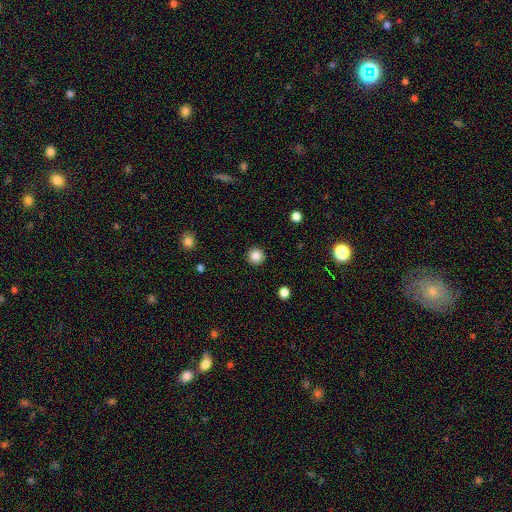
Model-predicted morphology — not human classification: Smooth or featured?
  - smooth: 85% *
  - star or artifact: 11%
  - featured or disk: 4%
How rounded?
  - round: 96% *
  - in between: 3%
  - cigar-shaped: 1%
Merging?
  - none: 92% *
  - minor disturbance: 5%
  - major disturbance: 2%
  - merger: 1%